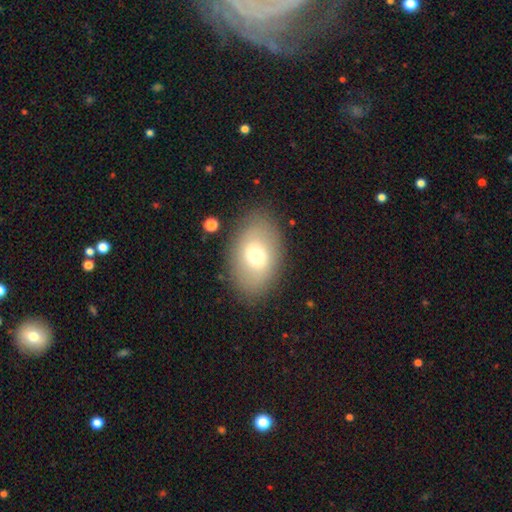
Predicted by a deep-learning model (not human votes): Smooth or featured: smooth — 62% (featured or disk — 29%)
How rounded: in between — 85% (round — 14%)
Merging: none — 84% (minor disturbance — 11%)